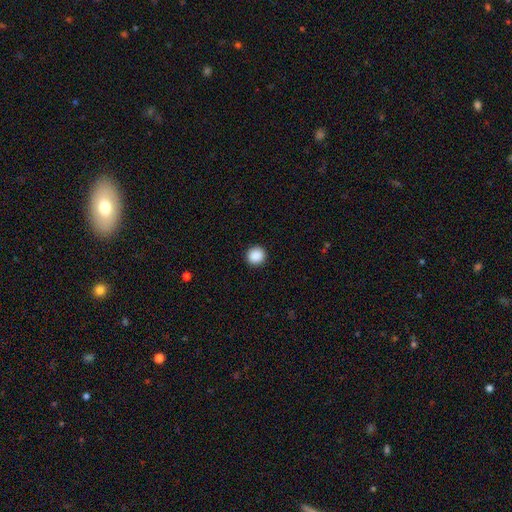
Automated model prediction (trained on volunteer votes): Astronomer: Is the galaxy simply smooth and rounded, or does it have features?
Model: smooth — 89%.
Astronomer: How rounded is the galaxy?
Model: round — 93%.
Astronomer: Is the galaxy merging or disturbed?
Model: none — 92%.